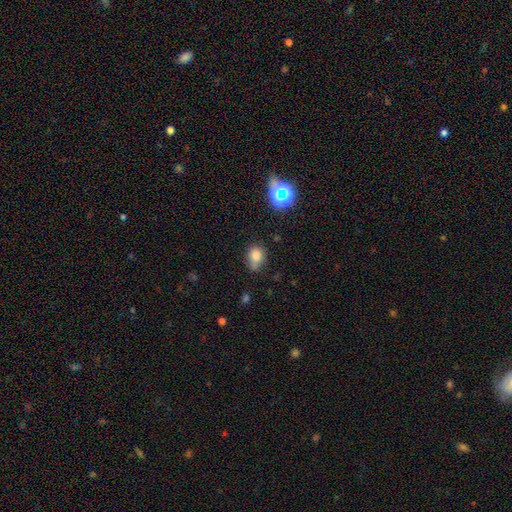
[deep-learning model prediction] Q: Smooth or featured?
A: smooth (78%); runner-up: star or artifact (14%)
Q: How rounded?
A: round (58%); runner-up: in between (41%)
Q: Merging?
A: none (54%); runner-up: minor disturbance (26%)